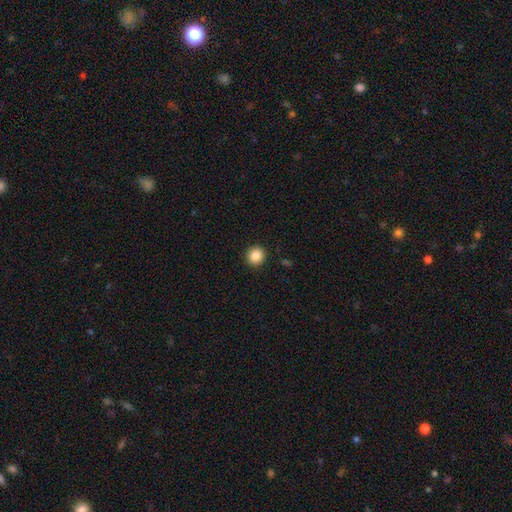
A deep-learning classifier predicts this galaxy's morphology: Q: Smooth or featured?
A: smooth (86%); runner-up: star or artifact (10%)
Q: How rounded?
A: round (91%); runner-up: in between (8%)
Q: Merging?
A: none (92%); runner-up: minor disturbance (5%)